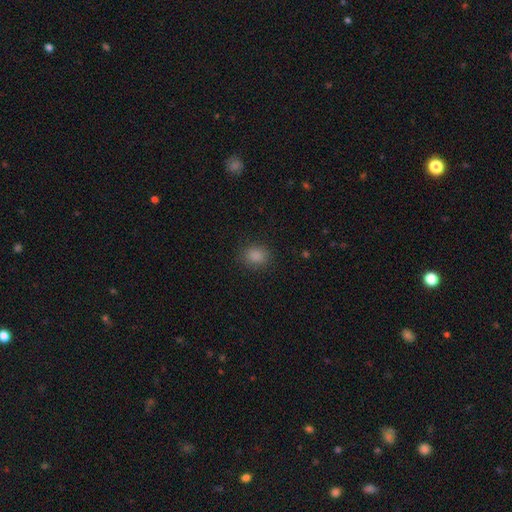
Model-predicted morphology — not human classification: smooth 86%, star or artifact 11%, featured or disk 3%. Down the decision tree: how rounded — round (58%); merging — none (86%).